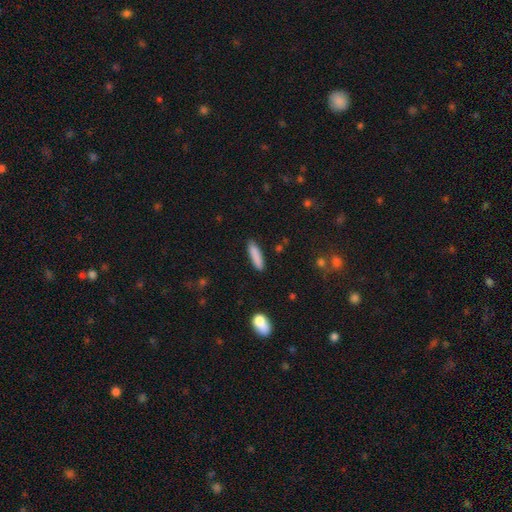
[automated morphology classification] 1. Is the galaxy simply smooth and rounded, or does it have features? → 86% smooth, 7% featured or disk, 6% star or artifact.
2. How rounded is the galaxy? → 76% cigar-shaped, 23% in between, 2% round.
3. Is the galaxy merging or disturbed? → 88% none, 8% minor disturbance, 2% major disturbance, 1% merger.